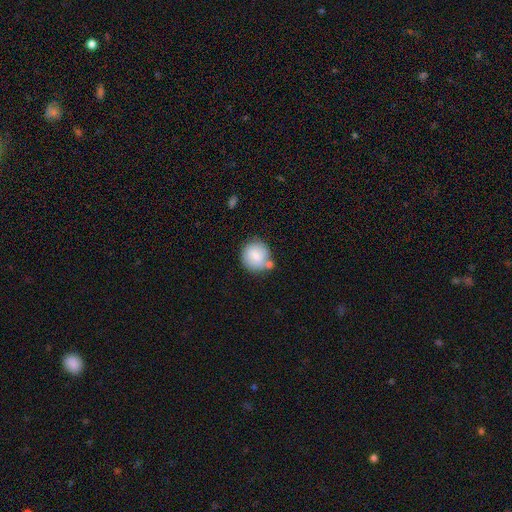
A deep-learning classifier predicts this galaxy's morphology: This appears to be a smooth galaxy with no disk features (82%) that is round (91%). Merging: none (65%).